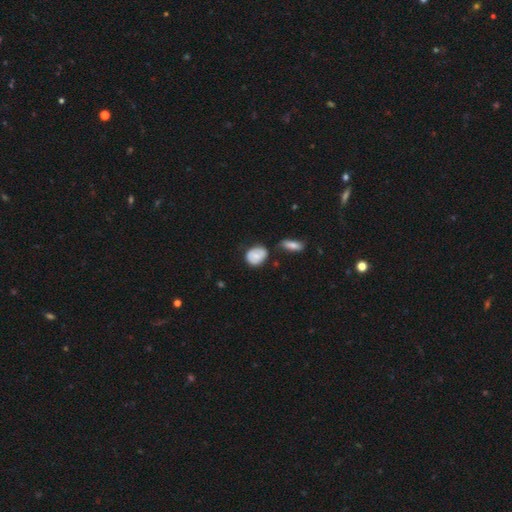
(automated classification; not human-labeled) Smooth or featured: smooth — 66% (featured or disk — 27%)
How rounded: in between — 58% (round — 40%)
Merging: none — 51% (minor disturbance — 30%)